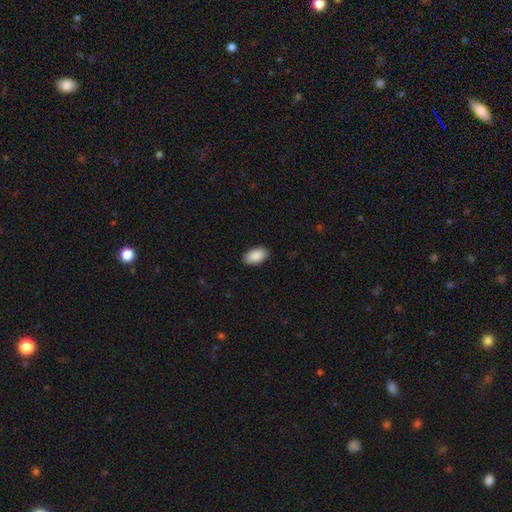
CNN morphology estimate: The model was most divided on "merging": none: 90%, minor disturbance: 7%, major disturbance: 2%, merger: 1%. More confident: how rounded — in between (95%); smooth or featured — smooth (91%).